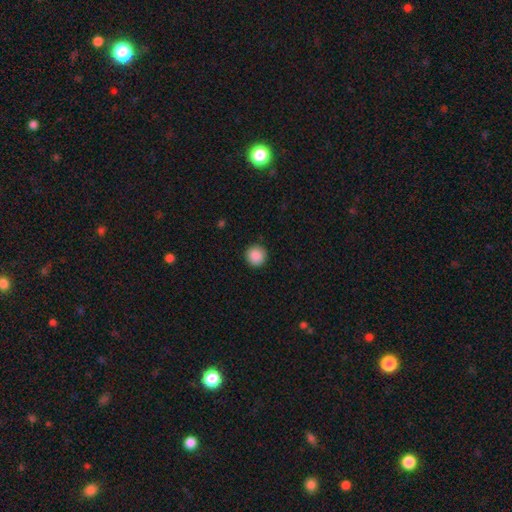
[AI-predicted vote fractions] Morphology: type=smooth (89%); roundness=round (95%); merging=none (92%).